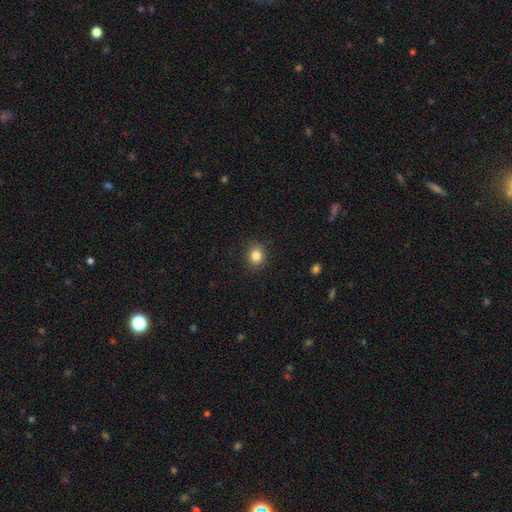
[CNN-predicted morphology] type=smooth (84%); roundness=round (67%); merging=none (89%).